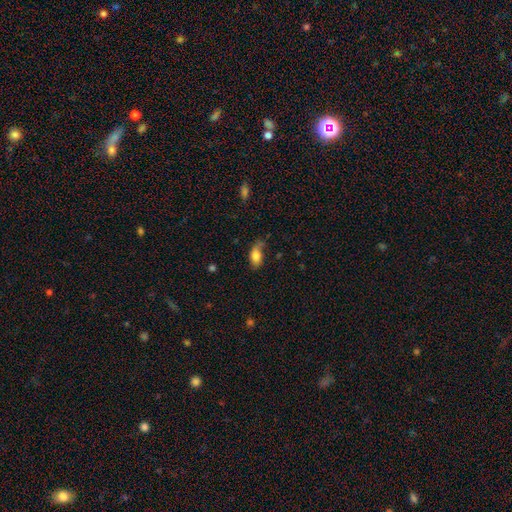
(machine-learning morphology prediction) Overall: smooth (76%). How rounded: in between (88%). Merging: none (56%; minor disturbance 29%).